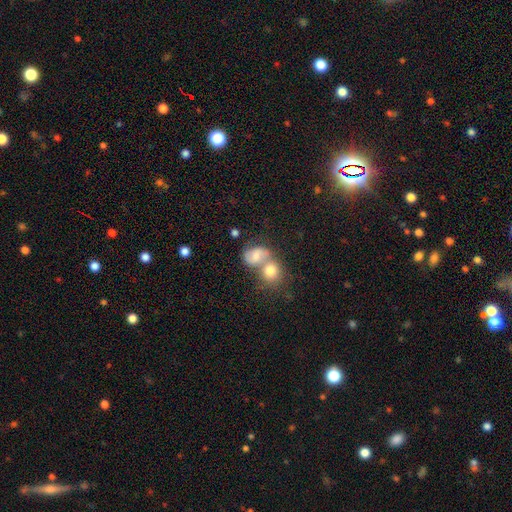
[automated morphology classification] This is possibly a smooth galaxy (50%). Merging: possibly merger (57%).